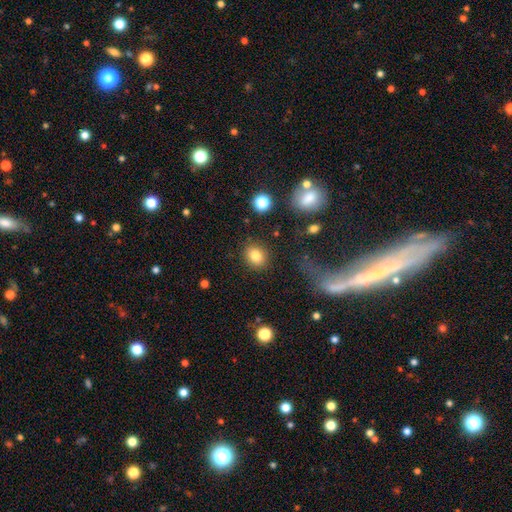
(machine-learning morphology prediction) Smooth or featured? smooth (82%)
How rounded? round (64%)
Merging? none (86%)